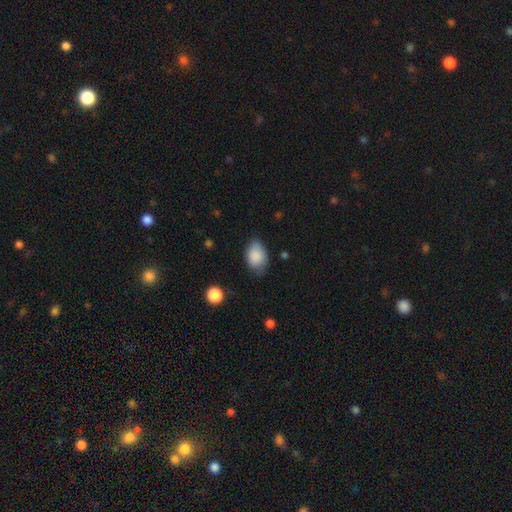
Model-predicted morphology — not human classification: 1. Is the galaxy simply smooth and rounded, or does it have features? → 87% smooth, 7% star or artifact, 6% featured or disk.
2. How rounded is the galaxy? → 83% in between, 15% round, 1% cigar-shaped.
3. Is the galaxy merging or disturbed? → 66% none, 27% minor disturbance, 6% major disturbance, 2% merger.